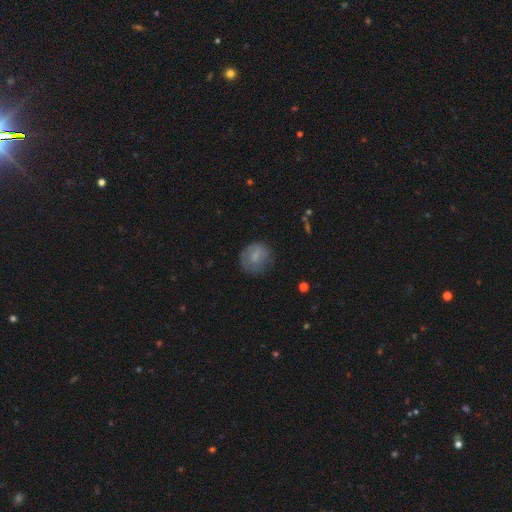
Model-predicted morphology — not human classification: Q: Smooth or featured?
A: smooth (74%); runner-up: featured or disk (17%)
Q: How rounded?
A: round (77%); runner-up: in between (21%)
Q: Merging?
A: none (66%); runner-up: minor disturbance (23%)